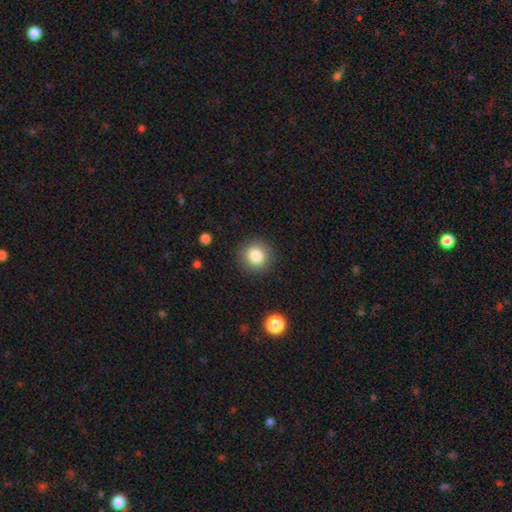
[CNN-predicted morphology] Overall: smooth (84%). How rounded: round (93%). Merging: none (88%).